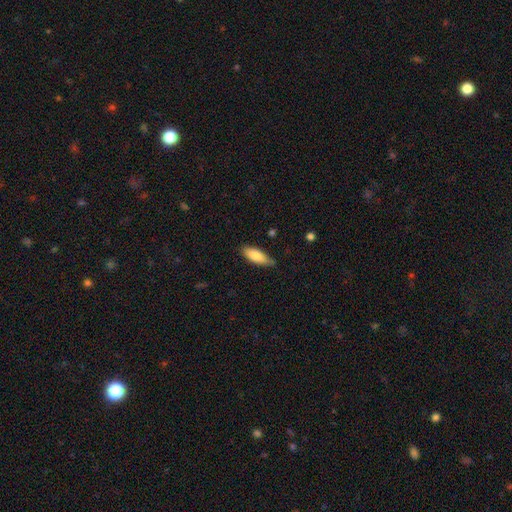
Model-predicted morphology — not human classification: smooth 81%, featured or disk 13%, star or artifact 6%. Down the decision tree: how rounded — in between (68%); merging — none (71%).